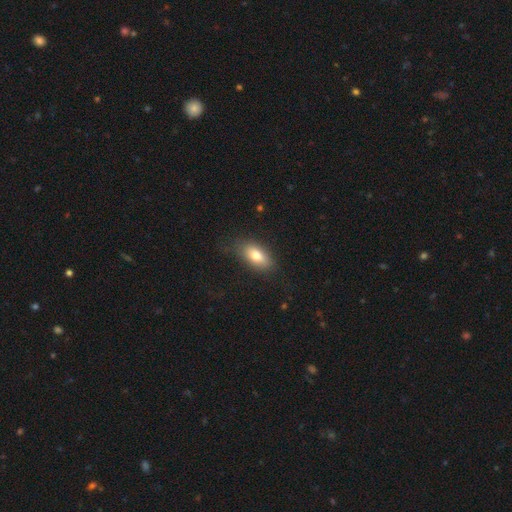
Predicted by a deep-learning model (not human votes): Smooth or featured: smooth — 76% (featured or disk — 16%)
How rounded: in between — 87% (cigar-shaped — 7%)
Merging: none — 78% (minor disturbance — 16%)